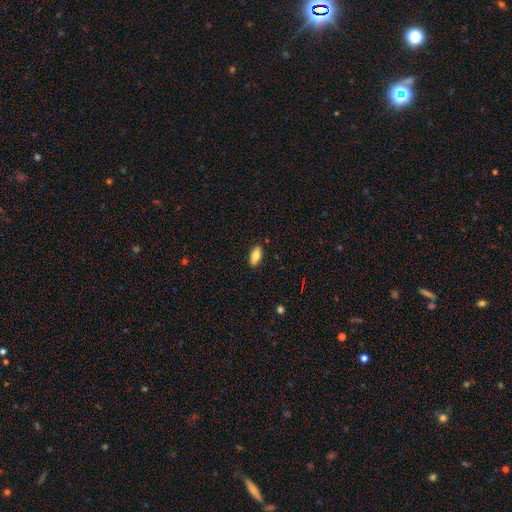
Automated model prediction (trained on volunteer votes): Morphology: type=smooth (80%); roundness=in between (83%); merging=none (88%).